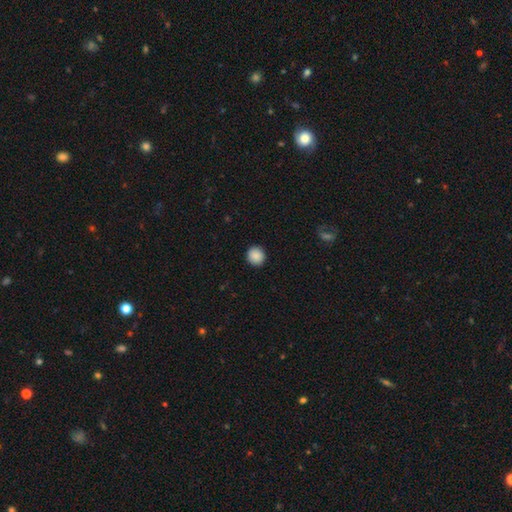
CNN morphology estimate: Smooth or featured? Predicted: smooth (p=0.89). How rounded? Predicted: round (p=0.92). Merging? Predicted: none (p=0.92).